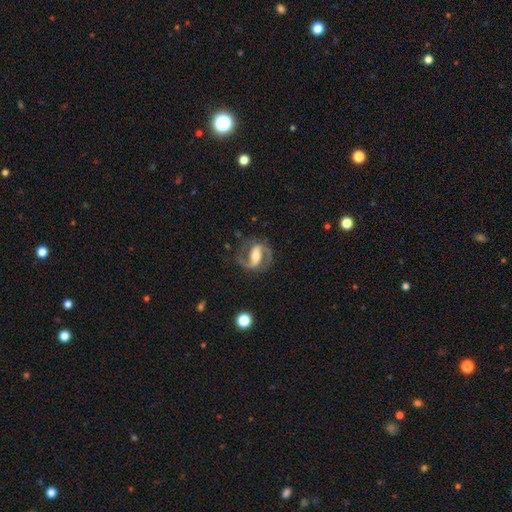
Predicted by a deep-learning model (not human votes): Q: Smooth or featured?
A: featured or disk (88%); runner-up: smooth (8%)
Q: Edge-on disk?
A: no (96%); runner-up: yes (4%)
Q: Bar?
A: strong (56%); runner-up: weak (30%)
Q: Spiral arms?
A: yes (95%); runner-up: no (5%)
Q: Spiral winding?
A: medium (57%); runner-up: tight (22%)
Q: Spiral arm count?
A: 2 (91%); runner-up: 1 (3%)
Q: Bulge size?
A: moderate (62%); runner-up: small (21%)
Q: Merging?
A: none (78%); runner-up: minor disturbance (13%)